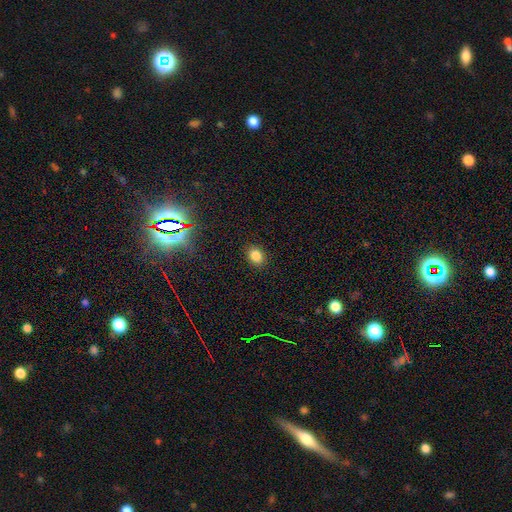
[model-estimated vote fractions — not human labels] Q: Smooth or featured?
A: smooth (84%); runner-up: star or artifact (12%)
Q: How rounded?
A: in between (63%); runner-up: round (36%)
Q: Merging?
A: none (89%); runner-up: minor disturbance (8%)